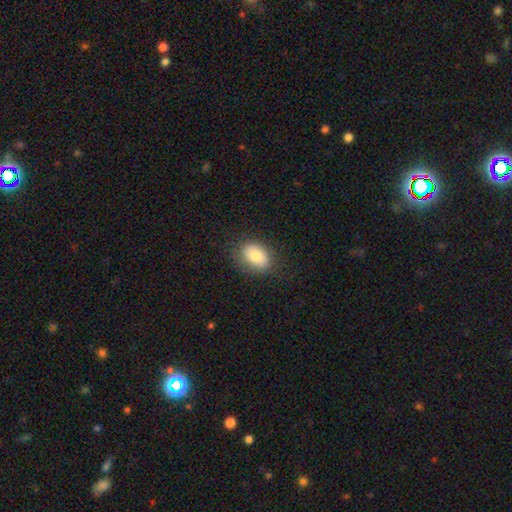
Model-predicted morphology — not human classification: This appears to be a smooth galaxy with no disk features (82%) that is in between round and cigar-shaped (80%). Merging: none (81%).